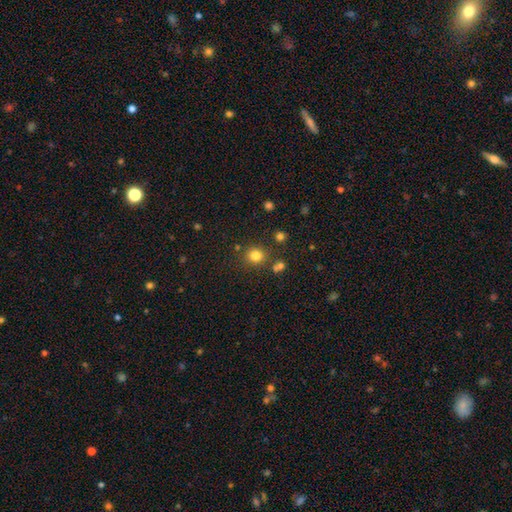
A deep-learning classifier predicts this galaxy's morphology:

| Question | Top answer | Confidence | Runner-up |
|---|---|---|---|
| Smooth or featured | smooth | 80% | star or artifact (15%) |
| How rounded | round | 85% | in between (14%) |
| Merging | none | 81% | minor disturbance (9%) |